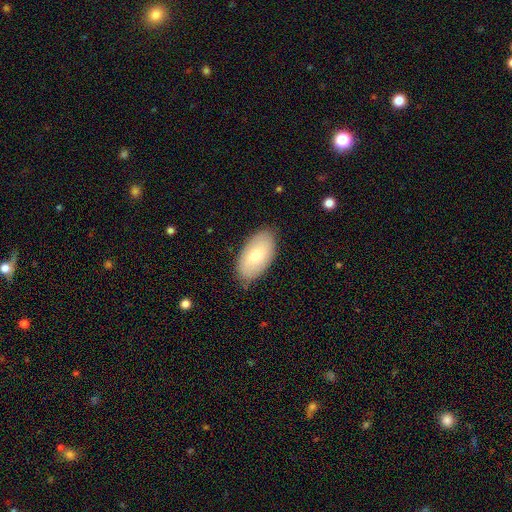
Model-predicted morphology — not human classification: type=smooth (69%); roundness=in between (95%); merging=none (83%).